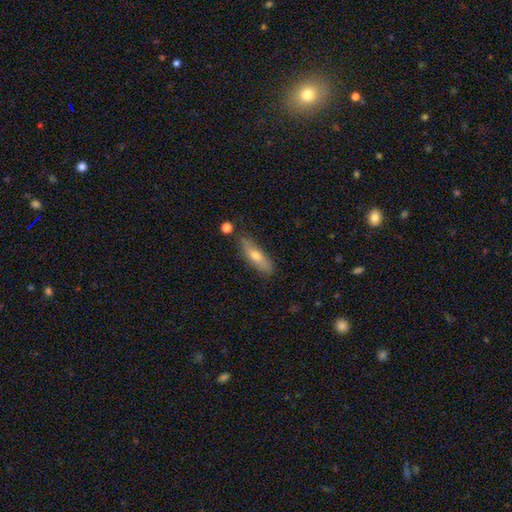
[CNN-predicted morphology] Overall: smooth (57%; featured or disk 36%). How rounded: cigar-shaped (62%; in between 35%). Merging: none (78%).